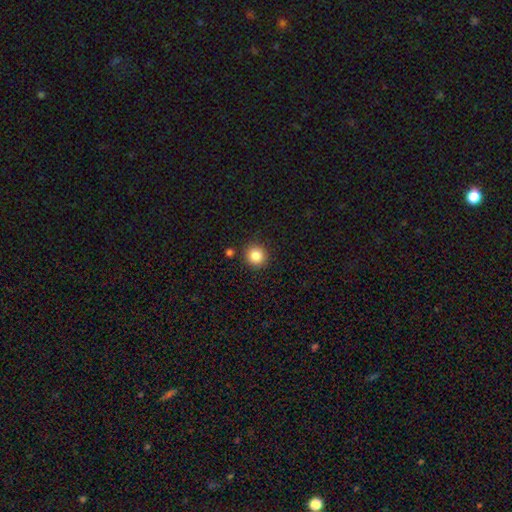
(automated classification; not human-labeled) smooth_or_featured: smooth (p=0.86) [alt: star or artifact p=0.10]
how_rounded: round (p=0.93) [alt: in between p=0.06]
merging: none (p=0.88) [alt: minor disturbance p=0.06]